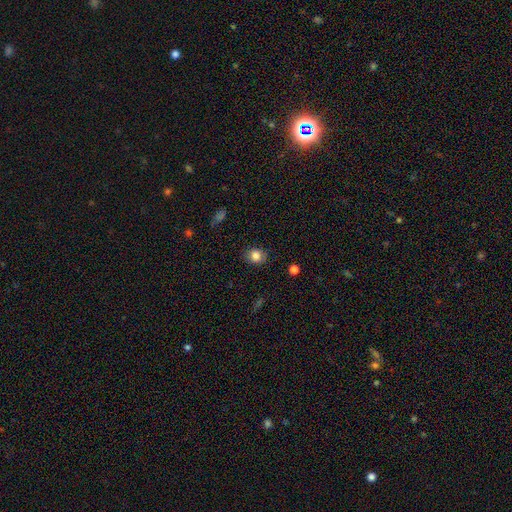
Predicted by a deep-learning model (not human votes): This is clearly a smooth galaxy (82%). How rounded: likely round (63%). Merging: clearly none (84%).